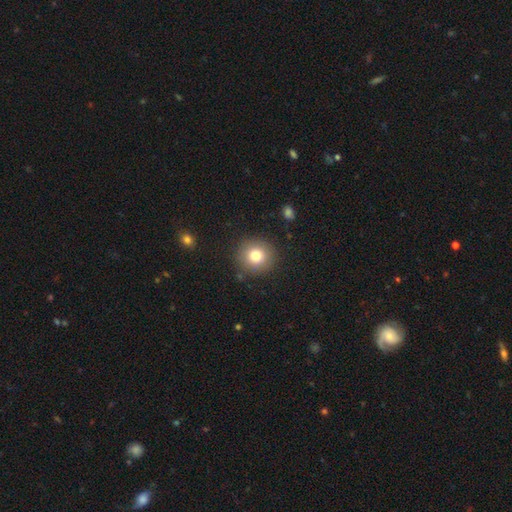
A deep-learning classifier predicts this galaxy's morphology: Smooth or featured? Predicted: smooth (p=0.79). How rounded? Predicted: round (p=0.91). Merging? Predicted: none (p=0.87).